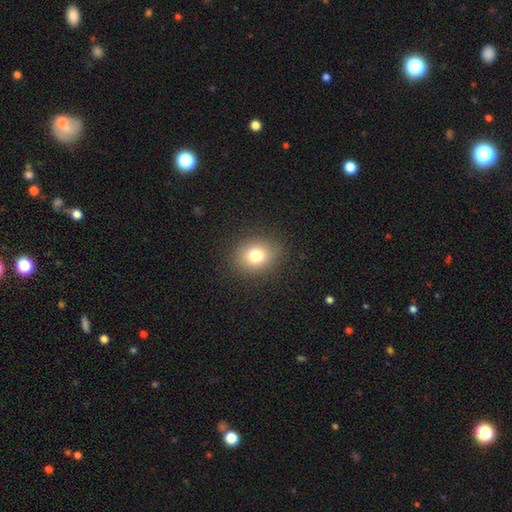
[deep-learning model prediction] Morphology: type=smooth (78%); roundness=round (61%); merging=none (88%).